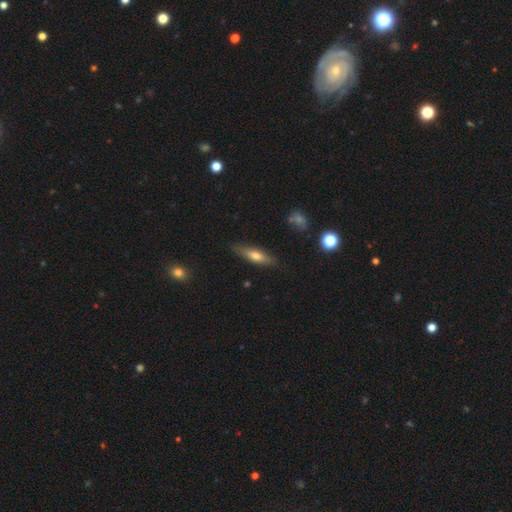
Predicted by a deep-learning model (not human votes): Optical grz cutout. It shows a smooth galaxy with no disk features (59%) that is cigar-shaped (64%). Merging: none (82%).